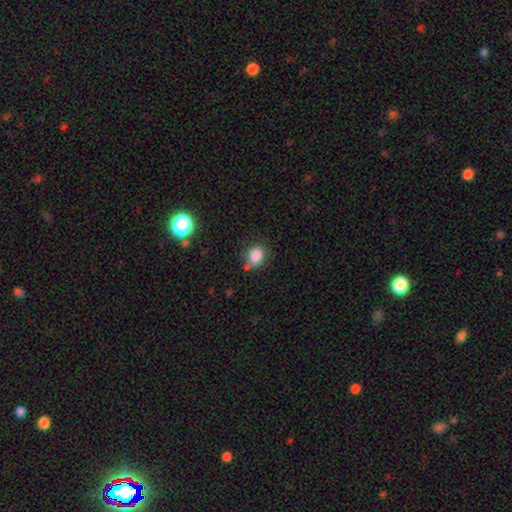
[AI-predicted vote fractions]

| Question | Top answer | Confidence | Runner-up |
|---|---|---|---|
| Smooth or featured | smooth | 84% | star or artifact (11%) |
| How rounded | in between | 62% | round (37%) |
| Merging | none | 71% | minor disturbance (18%) |